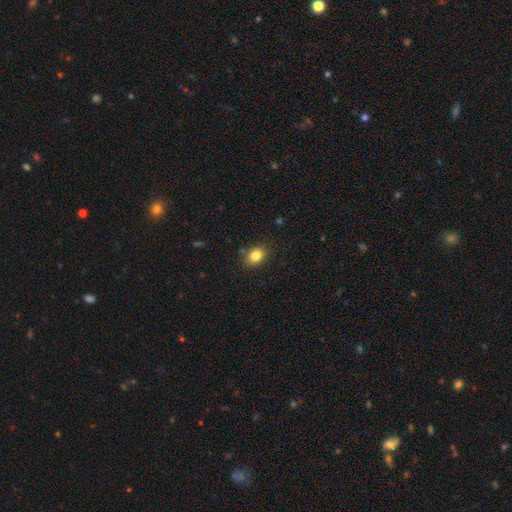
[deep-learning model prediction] This is clearly a smooth galaxy (84%). How rounded: likely in between (65%). Merging: clearly none (85%).